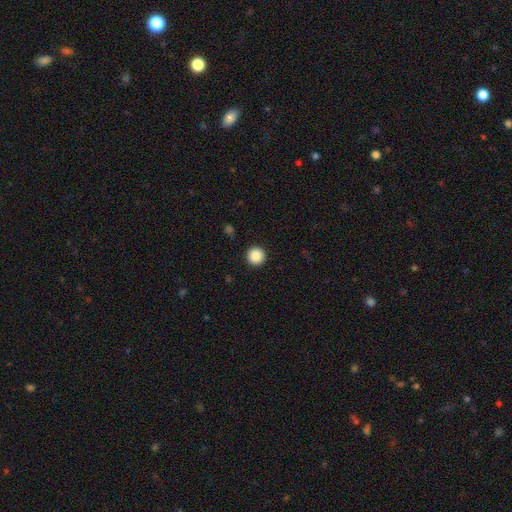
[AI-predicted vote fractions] Smooth or featured: smooth — 87% (star or artifact — 9%)
How rounded: round — 96% (in between — 3%)
Merging: none — 93% (minor disturbance — 4%)